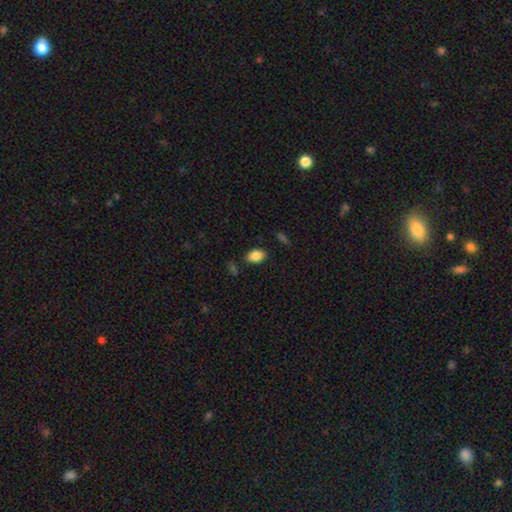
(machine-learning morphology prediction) Smooth or featured?
  - smooth: 85% *
  - star or artifact: 8%
  - featured or disk: 6%
How rounded?
  - in between: 87% *
  - round: 12%
  - cigar-shaped: 1%
Merging?
  - none: 83% *
  - minor disturbance: 11%
  - merger: 3%
  - major disturbance: 3%